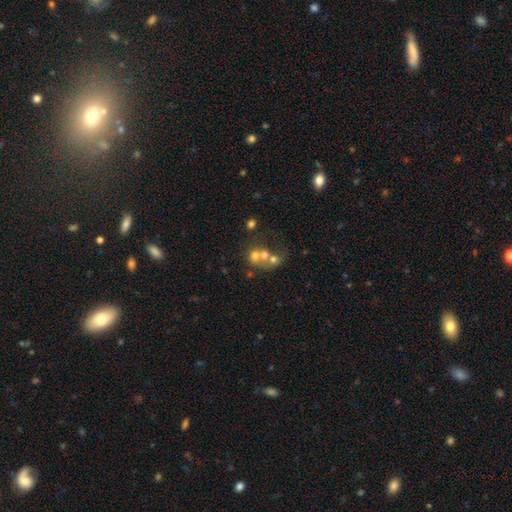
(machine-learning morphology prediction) A smooth galaxy with no disk features (57%) that is round (72%). Merging: merger (63%).